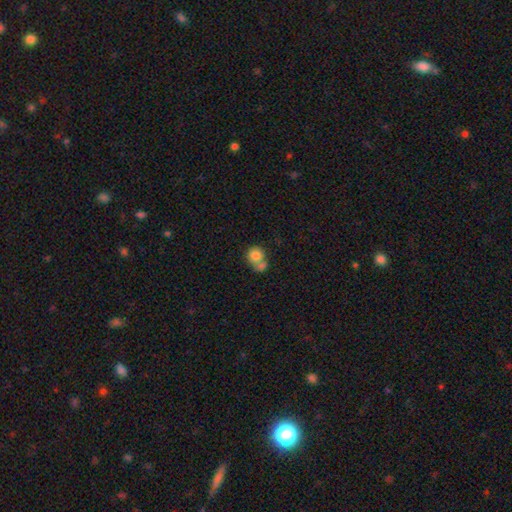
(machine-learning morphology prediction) Smooth or featured? smooth (79%)
How rounded? round (82%)
Merging? merger (53%)